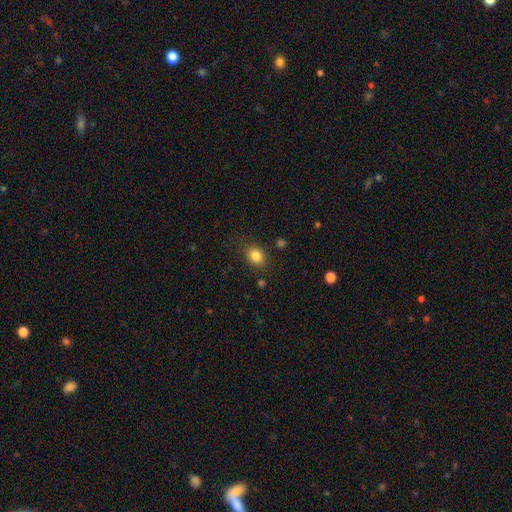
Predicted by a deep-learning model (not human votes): smooth_or_featured: smooth (p=0.84) [alt: star or artifact p=0.10]
how_rounded: in between (p=0.60) [alt: round p=0.39]
merging: none (p=0.82) [alt: minor disturbance p=0.12]